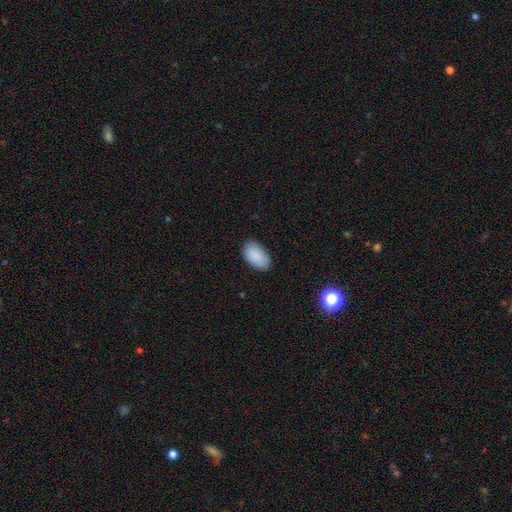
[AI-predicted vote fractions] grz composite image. It shows a smooth galaxy with no disk features (88%) that is in between round and cigar-shaped (95%). Merging: none (86%).